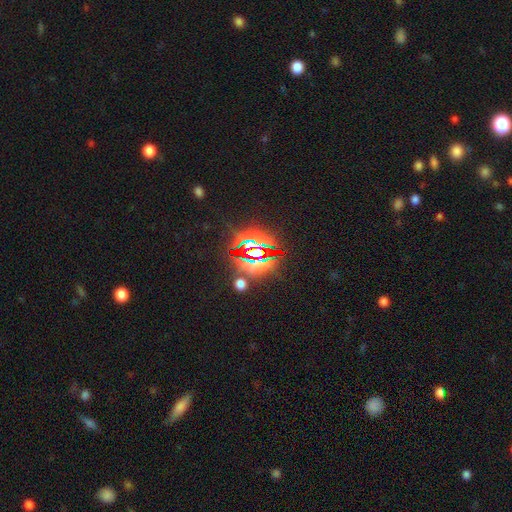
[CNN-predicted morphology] This is likely a star or artifact rather than a galaxy (78%).